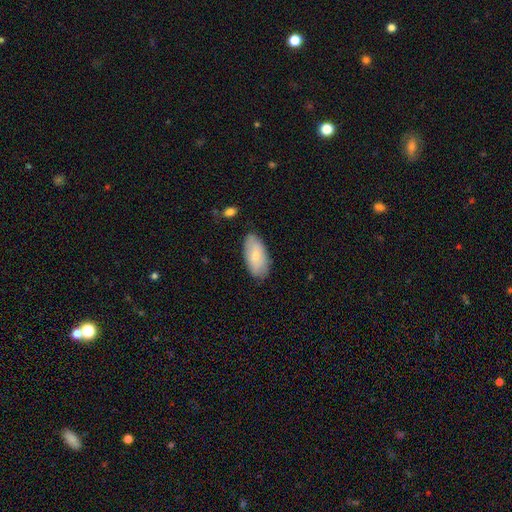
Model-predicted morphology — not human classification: Smooth or featured? smooth (70%)
How rounded? in between (93%)
Merging? none (78%)